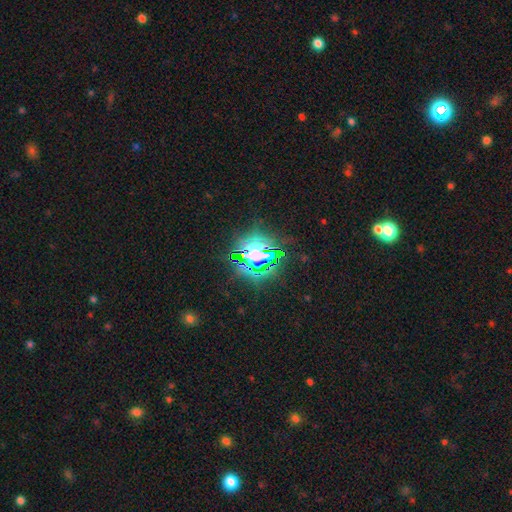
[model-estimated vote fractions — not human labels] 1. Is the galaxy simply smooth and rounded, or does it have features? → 70% star or artifact, 18% smooth, 11% featured or disk.